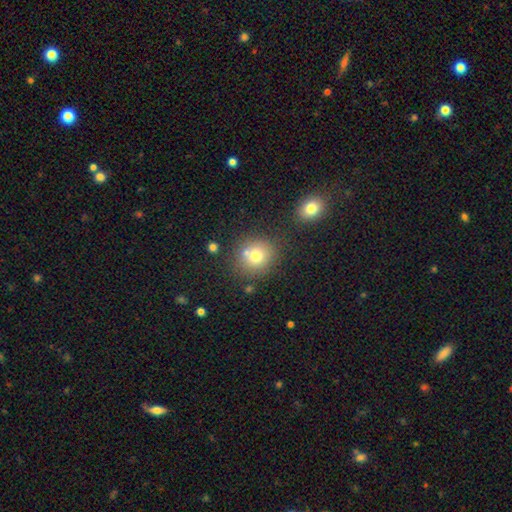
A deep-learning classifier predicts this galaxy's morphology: The model was most divided on "merging": none: 69%, merger: 16%, minor disturbance: 11%, major disturbance: 4%. More confident: how rounded — round (85%); smooth or featured — smooth (74%).